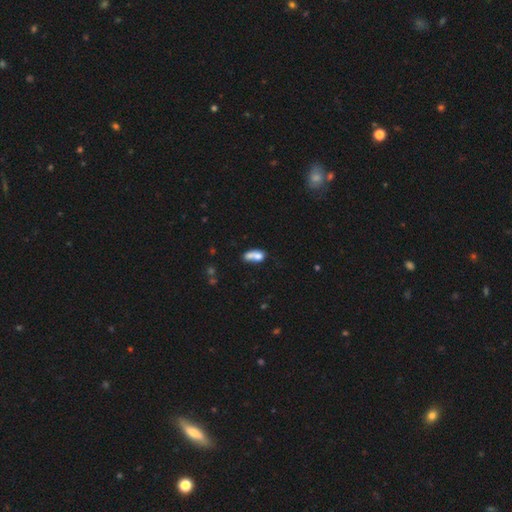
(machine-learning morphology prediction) A smooth galaxy with no disk features (69%) that is in between round and cigar-shaped (72%). Merging: merger (55%).